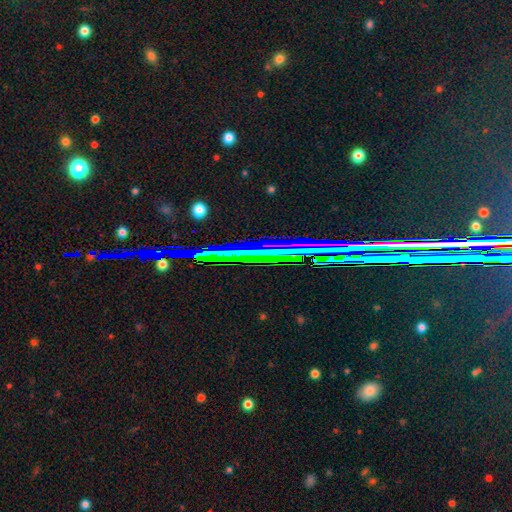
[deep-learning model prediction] Smooth or featured? Predicted: star or artifact (p=0.66).